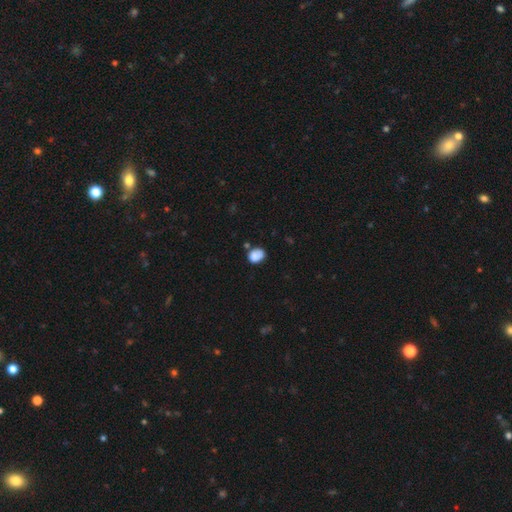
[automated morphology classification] The model was most divided on "how rounded": in between: 53%, round: 46%, cigar-shaped: 1%. More confident: smooth or featured — smooth (83%); merging — none (60%).